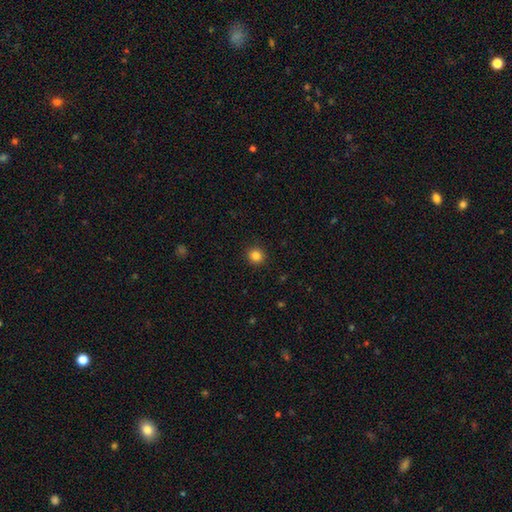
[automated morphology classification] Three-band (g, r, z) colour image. It shows a smooth galaxy with no disk features (84%) that is round (93%). Merging: none (92%).